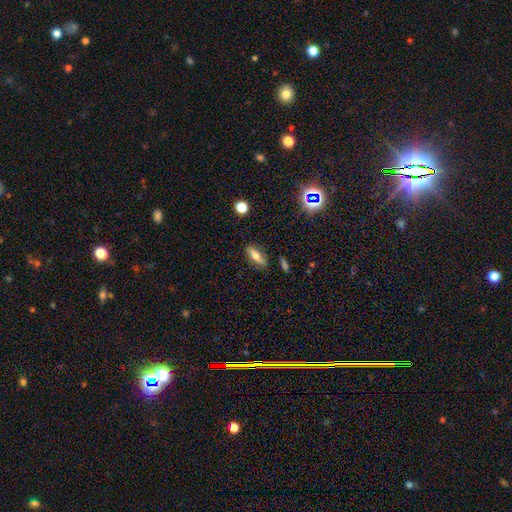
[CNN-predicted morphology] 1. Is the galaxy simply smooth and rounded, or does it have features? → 56% smooth, 34% featured or disk, 11% star or artifact.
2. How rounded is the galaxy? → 65% in between, 30% cigar-shaped, 4% round.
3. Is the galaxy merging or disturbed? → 80% none, 14% minor disturbance, 4% major disturbance, 2% merger.